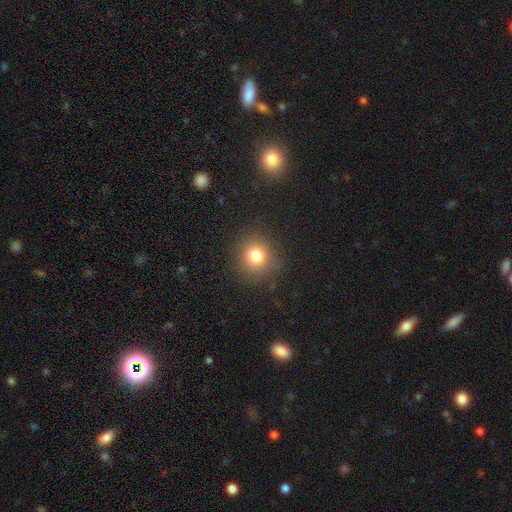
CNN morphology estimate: Smooth or featured? smooth (79%)
How rounded? round (87%)
Merging? none (85%)